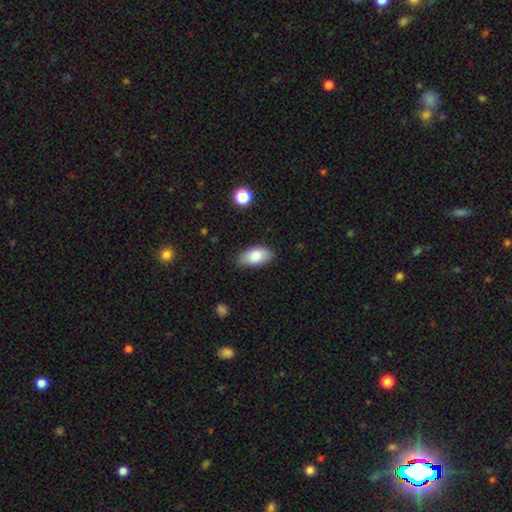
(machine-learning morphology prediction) smooth-or-featured: smooth: 81% | featured or disk: 12% | star or artifact: 7%
  how-rounded: in between: 93% | cigar-shaped: 4% | round: 3%
  merging: none: 83% | minor disturbance: 14% | major disturbance: 3% | merger: 1%